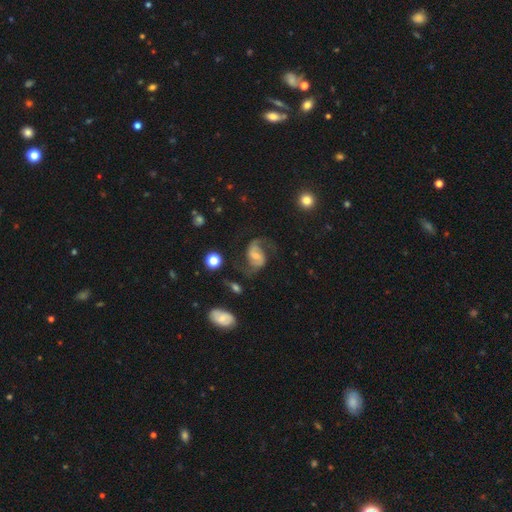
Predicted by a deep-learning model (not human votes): Smooth or featured?
  - featured or disk: 81% *
  - smooth: 11%
  - star or artifact: 7%
Edge-on disk?
  - no: 97% *
  - yes: 3%
Bar?
  - weak: 46% *
  - no: 32%
  - strong: 22%
Spiral arms?
  - yes: 95% *
  - no: 5%
Spiral winding?
  - loose: 45% *
  - medium: 44%
  - tight: 11%
Spiral arm count?
  - 2: 91% *
  - can't tell: 3%
  - 1: 3%
  - 3: 1%
  - 4: 1%
  - more than 4: 1%
Bulge size?
  - small: 44% *
  - moderate: 43%
  - large: 6%
  - none: 6%
  - dominant: 2%
Merging?
  - none: 65% *
  - minor disturbance: 17%
  - major disturbance: 16%
  - merger: 3%